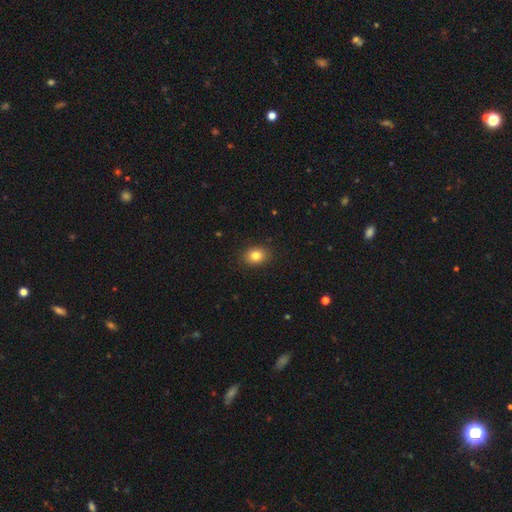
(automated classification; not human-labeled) Smooth or featured: smooth — 83% (star or artifact — 10%)
How rounded: in between — 62% (round — 37%)
Merging: none — 89% (minor disturbance — 8%)